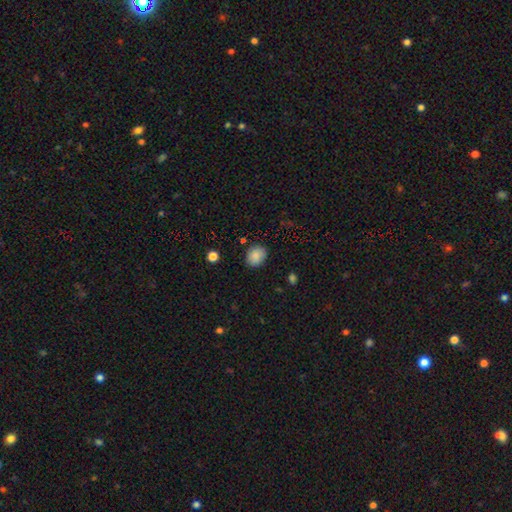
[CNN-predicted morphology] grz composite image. It shows a smooth galaxy with no disk features (87%) that is round (50%, tied with in between). Merging: none (84%).